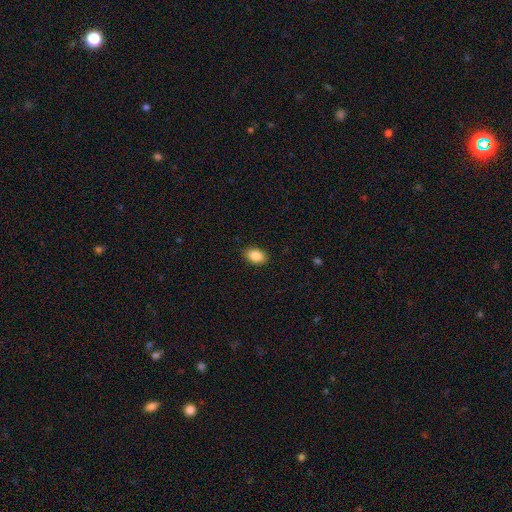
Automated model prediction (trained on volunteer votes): The model was most divided on "how rounded": in between: 85%, round: 14%, cigar-shaped: 1%. More confident: merging — none (89%); smooth or featured — smooth (87%).